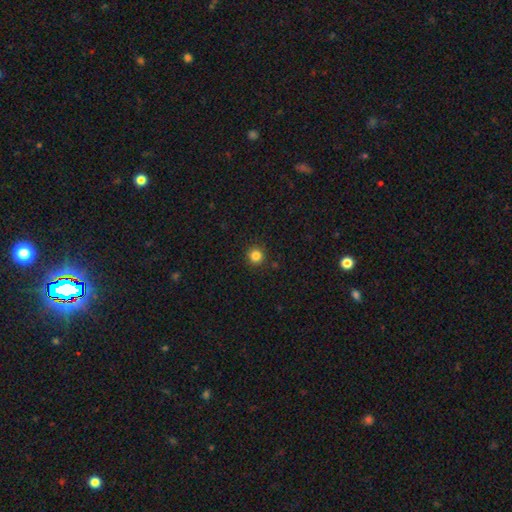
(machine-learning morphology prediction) A smooth galaxy with no disk features (83%) that is round (95%).

Vote fractions:
- Smooth or featured? smooth: 83% / star or artifact: 13% / featured or disk: 4%
- How rounded? round: 95% / in between: 4% / cigar-shaped: 1%
- Merging? none: 92% / minor disturbance: 5% / major disturbance: 2% / merger: 1%